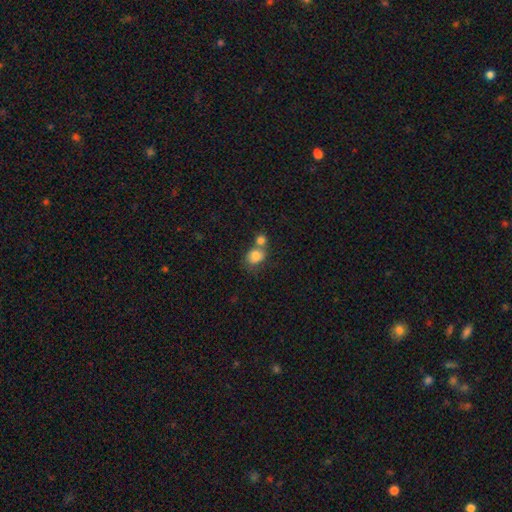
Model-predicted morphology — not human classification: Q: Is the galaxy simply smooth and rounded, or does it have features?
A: smooth — 81%.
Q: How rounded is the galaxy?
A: round — 61%.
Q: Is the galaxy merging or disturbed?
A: merger — 50%.